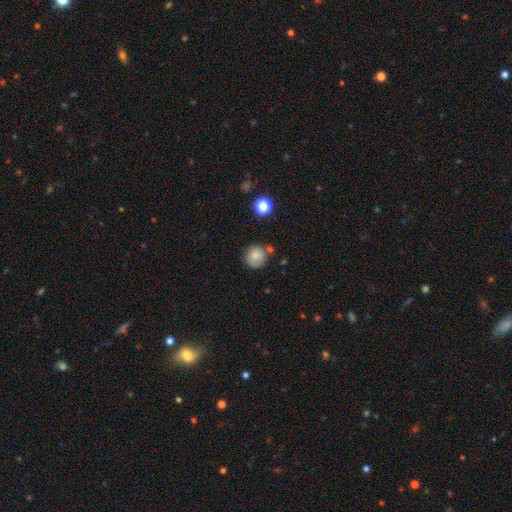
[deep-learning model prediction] smooth-or-featured: smooth: 77% | featured or disk: 12% | star or artifact: 10%
  how-rounded: round: 90% | in between: 9% | cigar-shaped: 1%
  merging: none: 68% | minor disturbance: 17% | merger: 9% | major disturbance: 5%